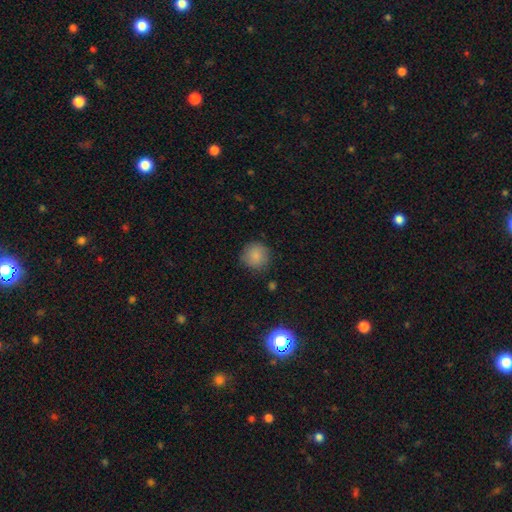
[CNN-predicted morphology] Q: Smooth or featured?
A: smooth (85%); runner-up: star or artifact (9%)
Q: How rounded?
A: round (93%); runner-up: in between (6%)
Q: Merging?
A: none (83%); runner-up: minor disturbance (12%)